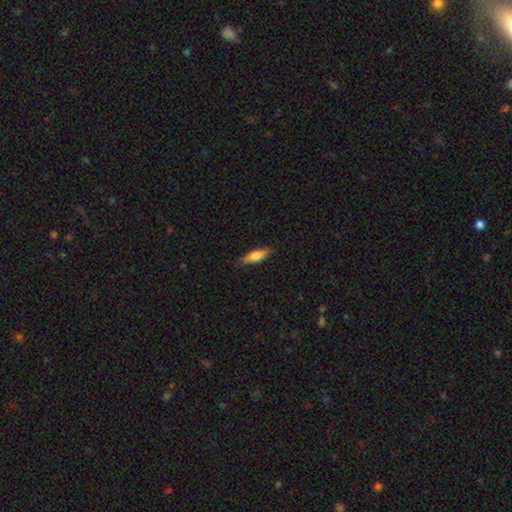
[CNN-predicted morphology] smooth_or_featured: smooth (p=0.72) [alt: featured or disk p=0.23]
how_rounded: cigar-shaped (p=0.58) [alt: in between p=0.40]
merging: none (p=0.84) [alt: minor disturbance p=0.13]